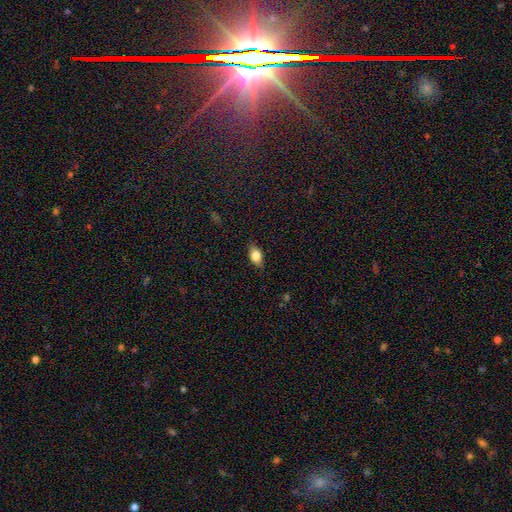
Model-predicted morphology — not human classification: Overall: smooth (74%). How rounded: in between (82%). Merging: none (83%).